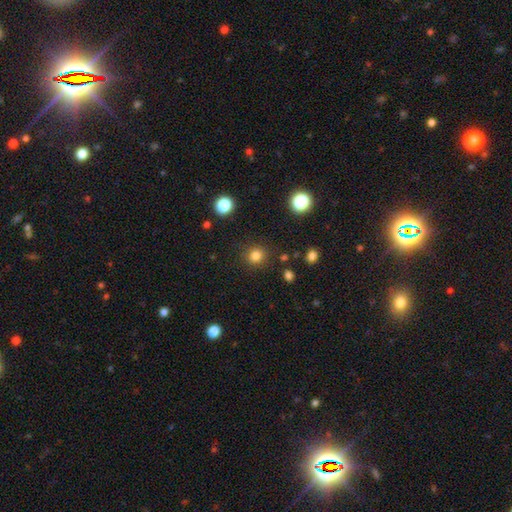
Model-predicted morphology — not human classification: A smooth galaxy with no disk features (82%) that is round (89%). Merging: none (88%).